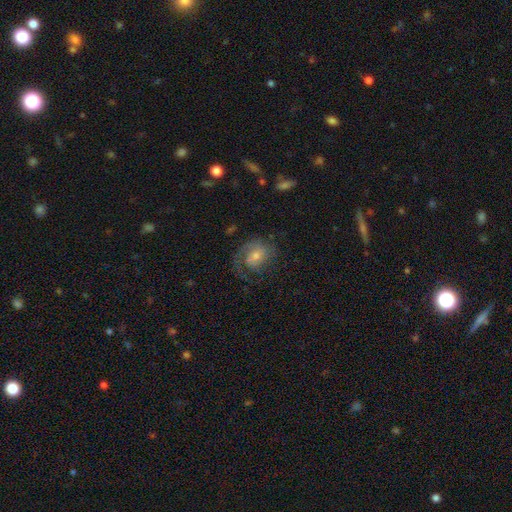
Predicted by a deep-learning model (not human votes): Smooth or featured?
  - featured or disk: 63% *
  - smooth: 29%
  - star or artifact: 8%
Edge-on disk?
  - no: 97% *
  - yes: 3%
Bar?
  - no: 70% *
  - weak: 26%
  - strong: 4%
Spiral arms?
  - yes: 84% *
  - no: 16%
Spiral winding?
  - tight: 39% *
  - medium: 38%
  - loose: 23%
Spiral arm count?
  - 1: 49% *
  - 2: 27%
  - can't tell: 17%
  - 3: 4%
  - 4: 2%
  - more than 4: 2%
Bulge size?
  - moderate: 51% *
  - small: 41%
  - large: 5%
  - none: 2%
  - dominant: 1%
Merging?
  - none: 54% *
  - major disturbance: 25%
  - minor disturbance: 19%
  - merger: 2%